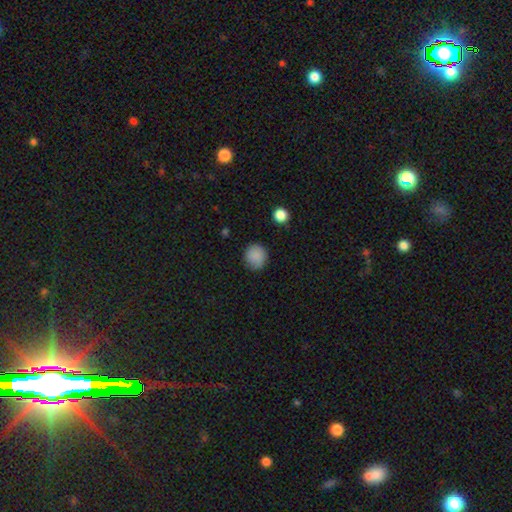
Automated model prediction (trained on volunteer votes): Morphology: type=smooth (86%); roundness=round (88%); merging=none (83%).